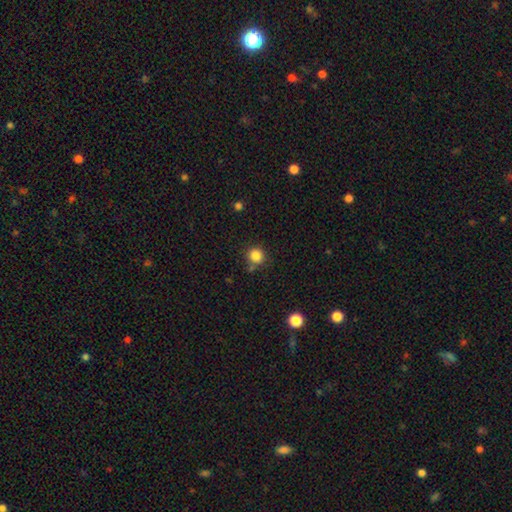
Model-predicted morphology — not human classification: This is clearly a smooth galaxy (84%). How rounded: clearly round (91%). Merging: likely none (77%).